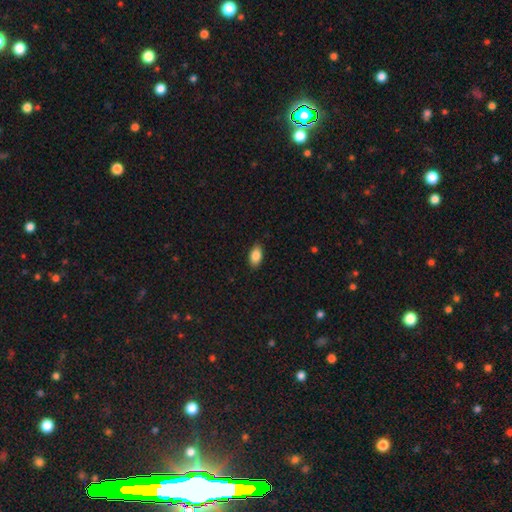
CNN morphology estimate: smooth-or-featured: smooth: 87% | star or artifact: 8% | featured or disk: 6%
  how-rounded: in between: 92% | round: 5% | cigar-shaped: 3%
  merging: none: 87% | minor disturbance: 10% | major disturbance: 2% | merger: 1%